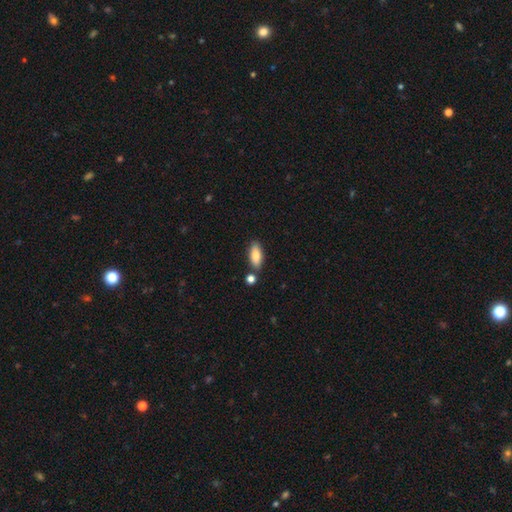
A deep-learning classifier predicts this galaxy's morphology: Smooth or featured? smooth (82%)
How rounded? in between (79%)
Merging? none (78%)